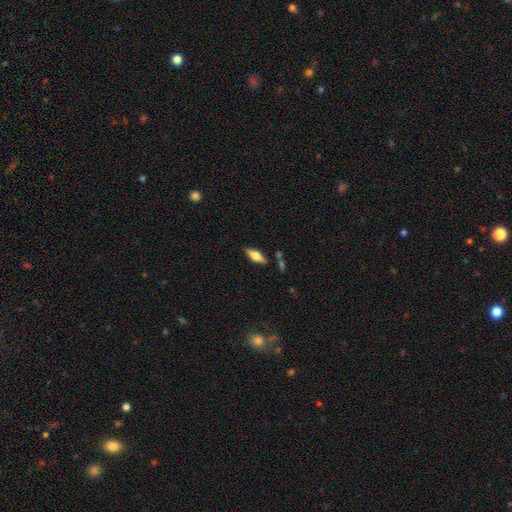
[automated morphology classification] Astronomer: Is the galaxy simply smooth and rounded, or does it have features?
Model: smooth — 56% (runner-up: featured or disk, 37%).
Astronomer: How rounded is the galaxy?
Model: in between — 68%.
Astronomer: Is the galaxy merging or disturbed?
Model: none — 81%.